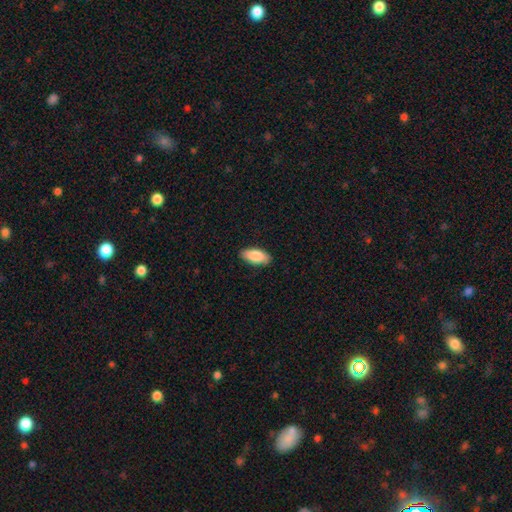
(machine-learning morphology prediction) Smooth or featured? smooth (88%)
How rounded? in between (90%)
Merging? none (88%)